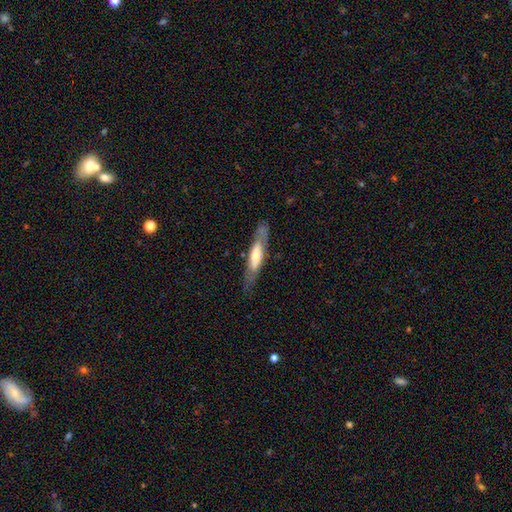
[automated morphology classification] Q: Smooth or featured?
A: featured or disk (51%); runner-up: smooth (44%)
Q: Edge-on disk?
A: yes (66%); runner-up: no (34%)
Q: Merging?
A: none (77%); runner-up: minor disturbance (16%)